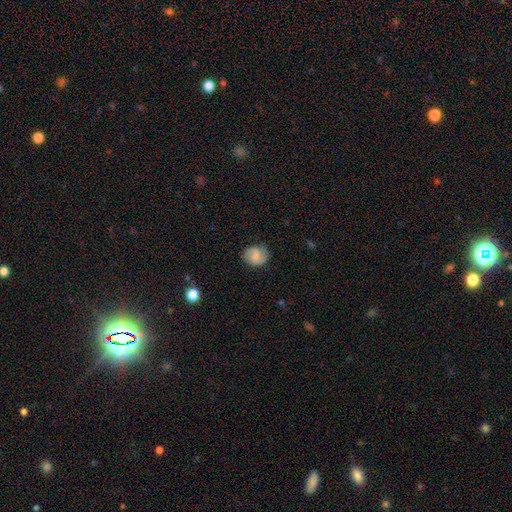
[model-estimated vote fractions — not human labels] Smooth or featured: smooth — 52% (featured or disk — 40%)
How rounded: round — 67% (in between — 31%)
Merging: none — 77% (minor disturbance — 16%)